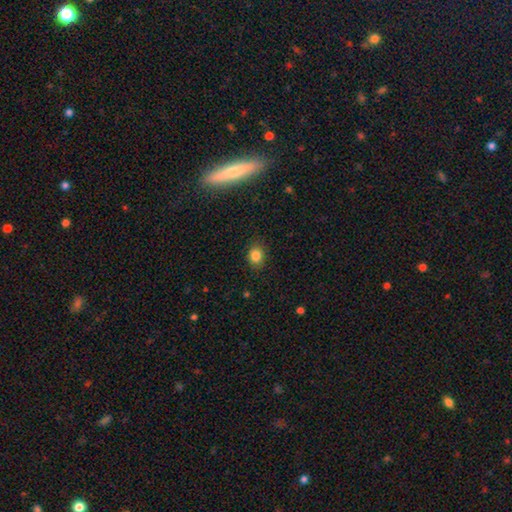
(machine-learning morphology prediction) This appears to be a smooth galaxy with no disk features (83%) that is round (63%). Merging: none (86%).